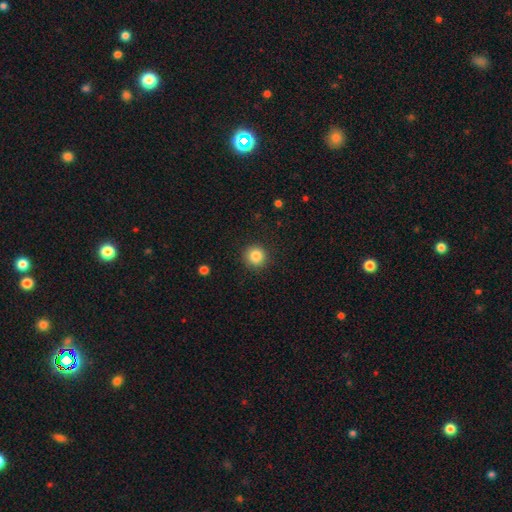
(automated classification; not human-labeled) Q: Smooth or featured?
A: smooth (85%); runner-up: star or artifact (10%)
Q: How rounded?
A: round (94%); runner-up: in between (5%)
Q: Merging?
A: none (91%); runner-up: minor disturbance (6%)